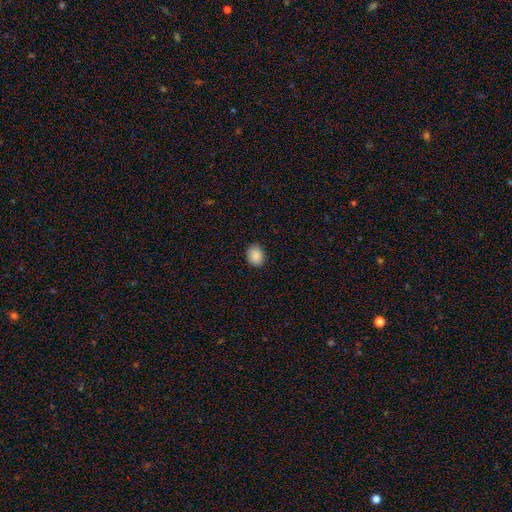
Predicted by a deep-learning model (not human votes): smooth-or-featured: smooth: 89% | star or artifact: 8% | featured or disk: 3%
  how-rounded: in between: 51% | round: 48% | cigar-shaped: 1%
  merging: none: 87% | minor disturbance: 9% | major disturbance: 2% | merger: 1%